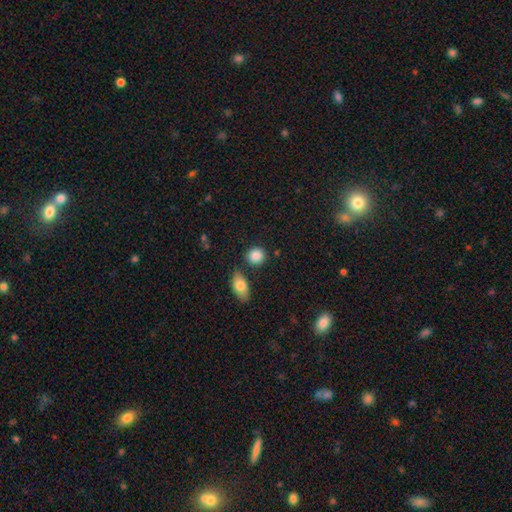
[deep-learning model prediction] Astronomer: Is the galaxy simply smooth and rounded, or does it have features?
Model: smooth — 87%.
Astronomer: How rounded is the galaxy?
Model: round — 75%.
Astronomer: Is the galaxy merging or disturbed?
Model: none — 79%.